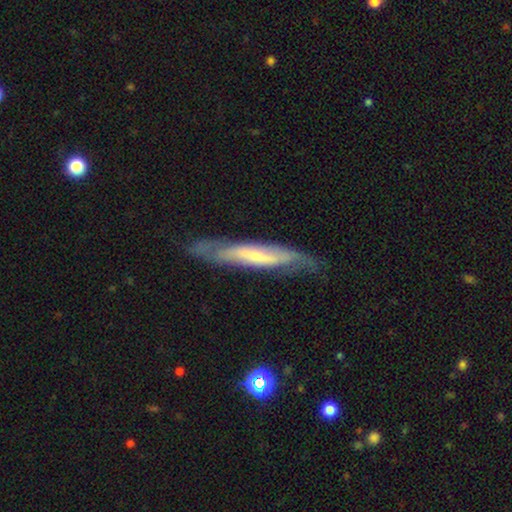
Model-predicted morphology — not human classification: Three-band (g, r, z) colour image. It shows a featured or disk galaxy (67%) viewed edge-on (54%). Merging: none (73%).